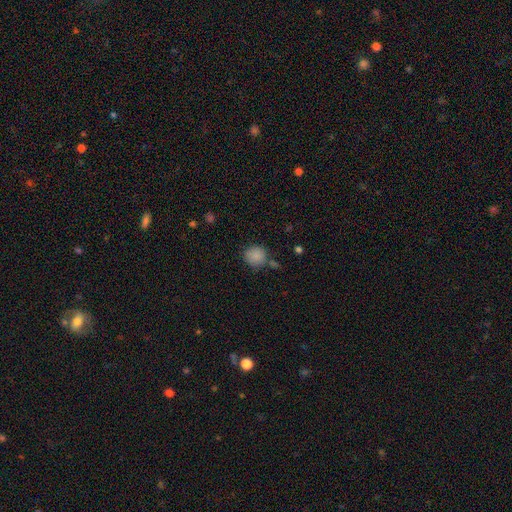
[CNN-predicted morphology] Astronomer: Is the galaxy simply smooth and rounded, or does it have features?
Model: smooth — 86%.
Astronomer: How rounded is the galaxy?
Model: round — 84%.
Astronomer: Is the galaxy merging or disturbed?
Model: none — 71%.